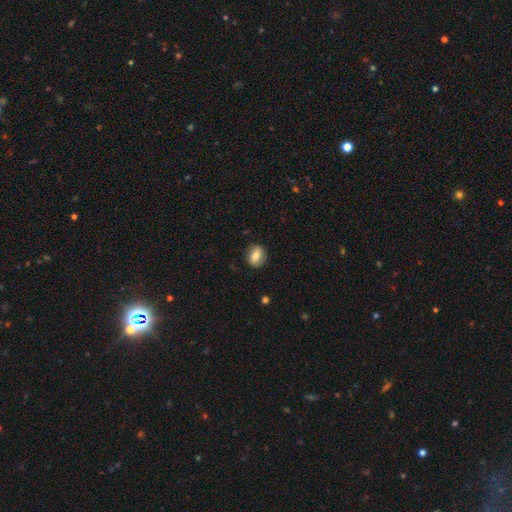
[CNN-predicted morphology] type=smooth (71%); roundness=round (51%); merging=none (86%).